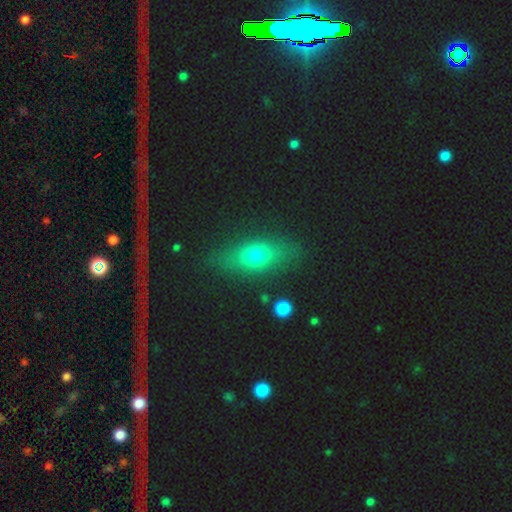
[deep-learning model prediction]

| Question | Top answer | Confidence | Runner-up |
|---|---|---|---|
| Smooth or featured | smooth | 68% | featured or disk (19%) |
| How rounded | in between | 67% | cigar-shaped (22%) |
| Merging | none | 82% | minor disturbance (12%) |